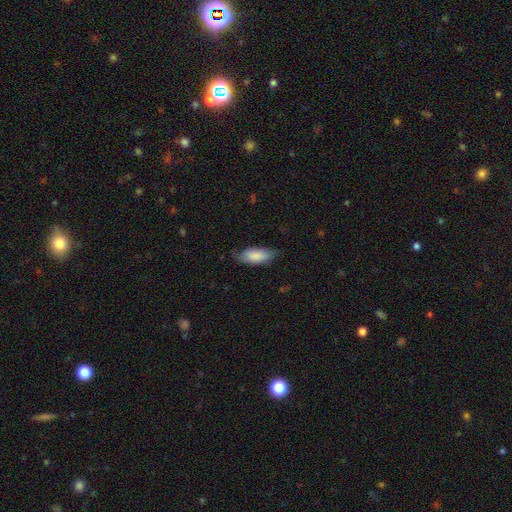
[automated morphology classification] Smooth or featured: smooth — 82% (featured or disk — 12%)
How rounded: in between — 81% (cigar-shaped — 17%)
Merging: none — 67% (minor disturbance — 27%)